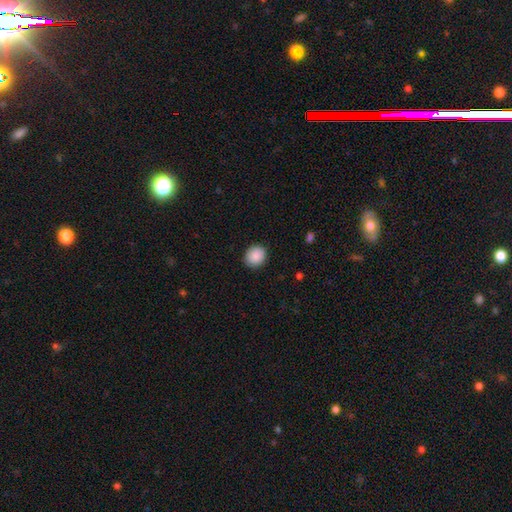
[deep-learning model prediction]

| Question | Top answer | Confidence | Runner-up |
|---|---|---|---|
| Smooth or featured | smooth | 89% | star or artifact (8%) |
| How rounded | round | 75% | in between (24%) |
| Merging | none | 90% | minor disturbance (7%) |